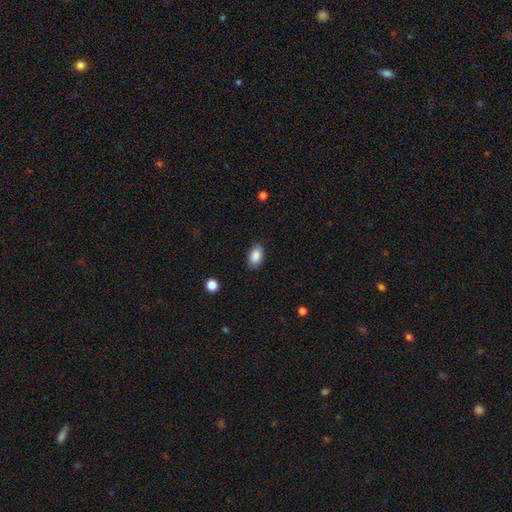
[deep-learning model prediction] Smooth or featured?
  - smooth: 88% *
  - star or artifact: 7%
  - featured or disk: 4%
How rounded?
  - in between: 88% *
  - round: 10%
  - cigar-shaped: 1%
Merging?
  - none: 82% *
  - minor disturbance: 14%
  - major disturbance: 3%
  - merger: 1%